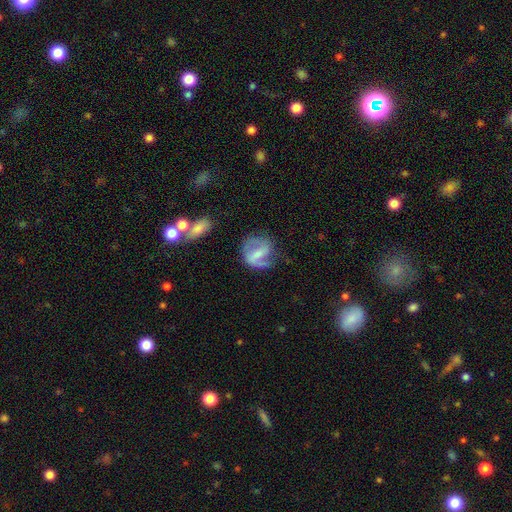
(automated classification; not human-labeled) Smooth or featured? Predicted: featured or disk (p=0.76). Edge-on disk? Predicted: no (p=0.97). Bar? Predicted: weak (p=0.46). Spiral arms? Predicted: yes (p=0.90). Spiral winding? Predicted: medium (p=0.50). Spiral arm count? Predicted: 2 (p=0.80). Bulge size? Predicted: small (p=0.38). Merging? Predicted: none (p=0.61).